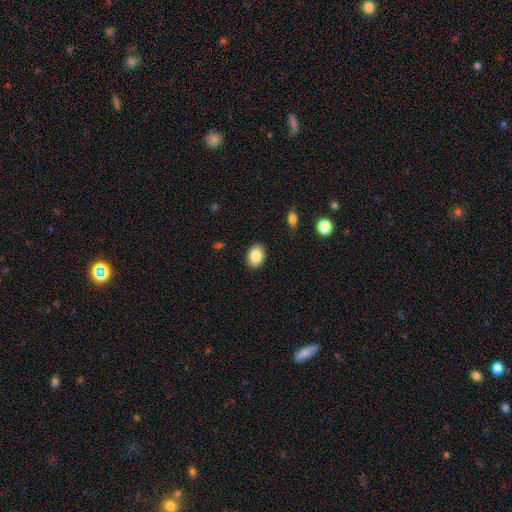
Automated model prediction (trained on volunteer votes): smooth 87%, star or artifact 8%, featured or disk 6%. Down the decision tree: how rounded — in between (75%); merging — none (89%).